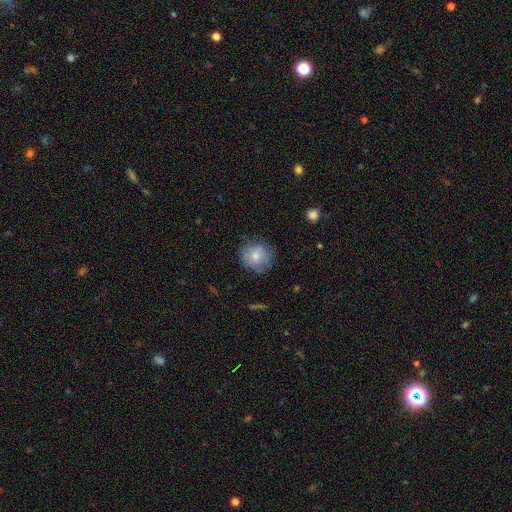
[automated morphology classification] The model was most divided on "merging": none: 79%, minor disturbance: 16%, major disturbance: 5%, merger: 1%. More confident: how rounded — round (88%); smooth or featured — smooth (78%).